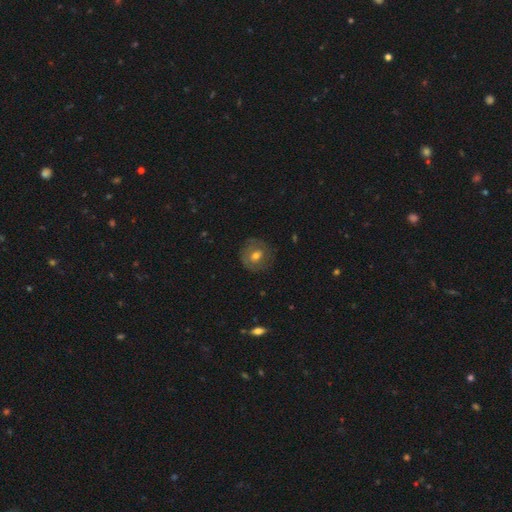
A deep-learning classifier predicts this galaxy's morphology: Overall: smooth (51%; featured or disk 40%). How rounded: round (84%). Merging: none (79%).